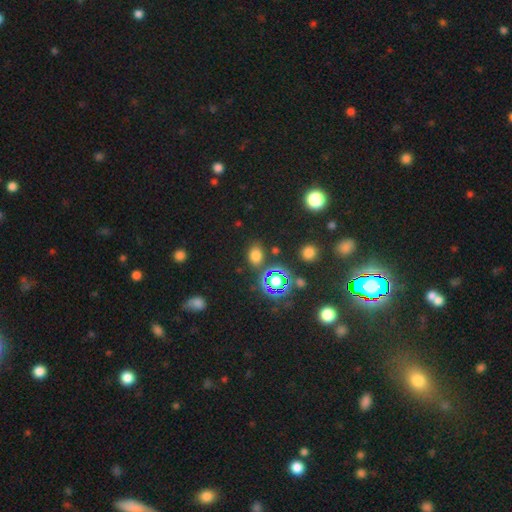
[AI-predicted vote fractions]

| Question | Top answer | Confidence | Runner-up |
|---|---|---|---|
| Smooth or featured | smooth | 66% | star or artifact (28%) |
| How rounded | in between | 60% | round (39%) |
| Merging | none | 80% | minor disturbance (11%) |